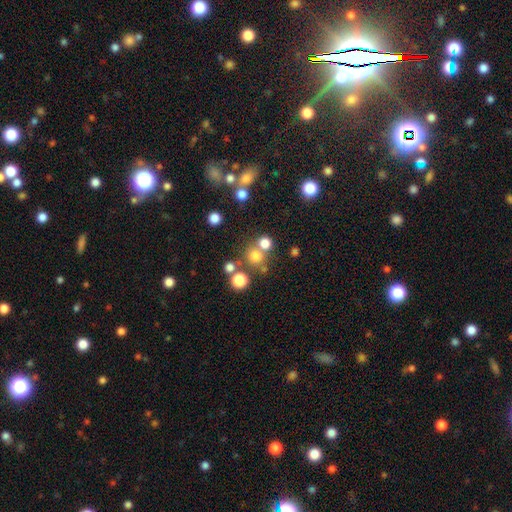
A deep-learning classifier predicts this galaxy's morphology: This appears to be a smooth galaxy with no disk features (72%) that is round (91%). Merging: none (65%).